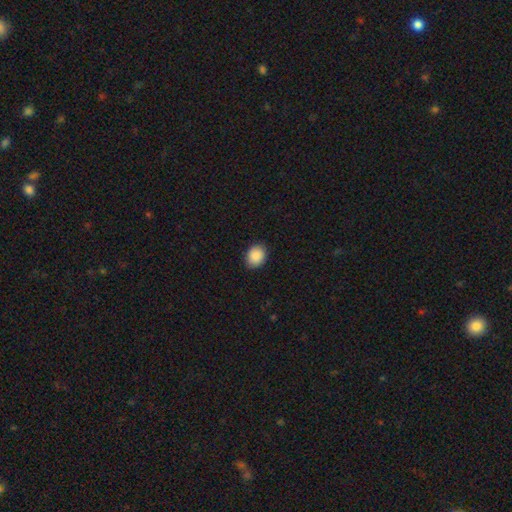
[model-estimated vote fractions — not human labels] A smooth galaxy with no disk features (90%) that is round (50%). Merging: none (88%).